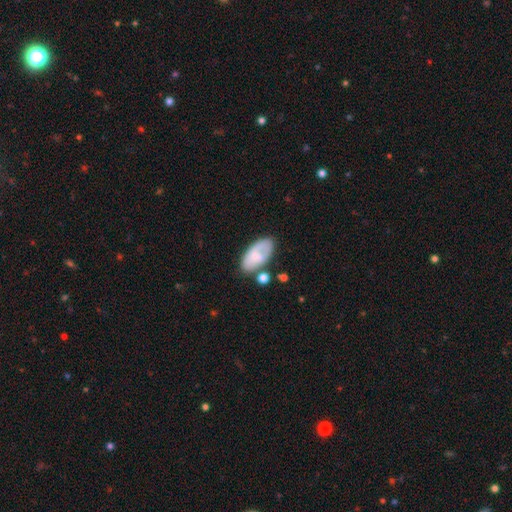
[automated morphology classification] The model was most divided on "merging": none: 56%, minor disturbance: 23%, merger: 12%, major disturbance: 9%. More confident: how rounded — in between (93%); smooth or featured — smooth (64%).